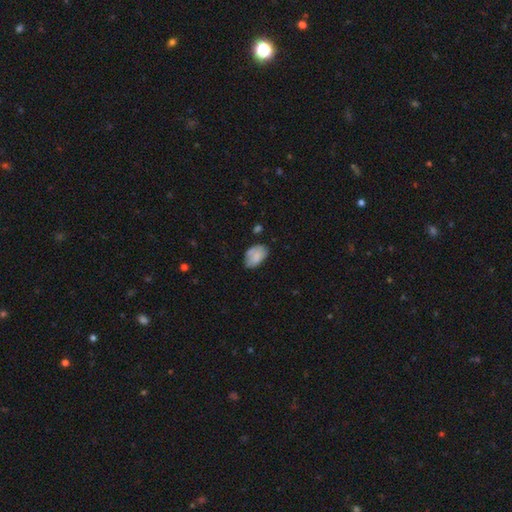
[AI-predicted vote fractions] Smooth or featured?
  - smooth: 74% *
  - featured or disk: 18%
  - star or artifact: 8%
How rounded?
  - in between: 89% *
  - round: 10%
  - cigar-shaped: 1%
Merging?
  - none: 56% *
  - minor disturbance: 31%
  - major disturbance: 8%
  - merger: 4%